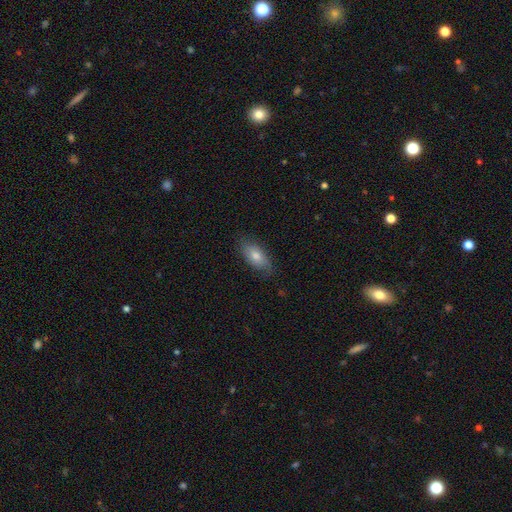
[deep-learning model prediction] A smooth galaxy with no disk features (66%) that is in between round and cigar-shaped (83%).

Vote fractions:
- Smooth or featured? smooth: 66% / featured or disk: 26% / star or artifact: 8%
- How rounded? in between: 83% / cigar-shaped: 13% / round: 4%
- Merging? none: 78% / minor disturbance: 17% / major disturbance: 4% / merger: 1%